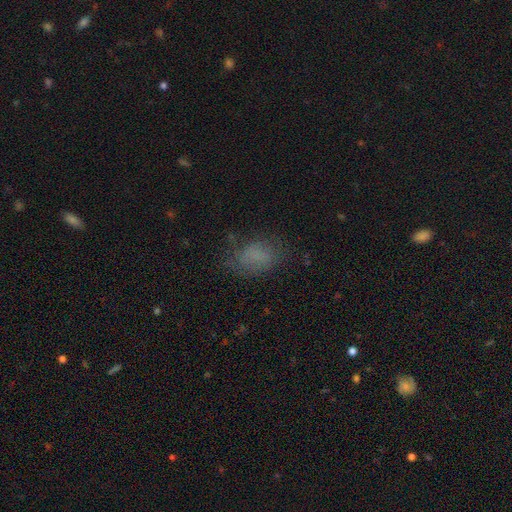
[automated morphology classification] smooth 71%, featured or disk 15%, star or artifact 13%. Down the decision tree: how rounded — in between (85%); merging — none (62%).